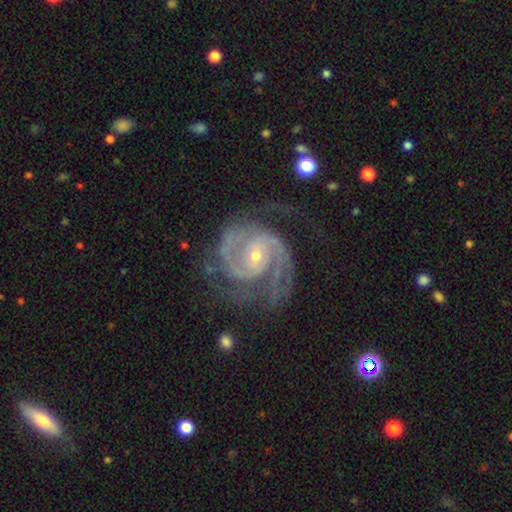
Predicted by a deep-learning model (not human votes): Smooth or featured? Predicted: featured or disk (p=0.93). Edge-on disk? Predicted: no (p=0.98). Bar? Predicted: no (p=0.47). Spiral arms? Predicted: yes (p=0.99). Spiral winding? Predicted: tight (p=0.49). Spiral arm count? Predicted: 2 (p=0.66). Bulge size? Predicted: small (p=0.72). Merging? Predicted: none (p=0.71).